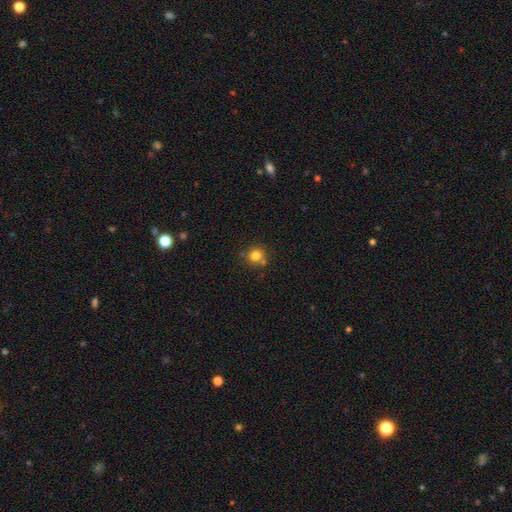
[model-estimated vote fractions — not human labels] This is likely a smooth galaxy (80%). How rounded: clearly round (87%). Merging: likely none (69%).